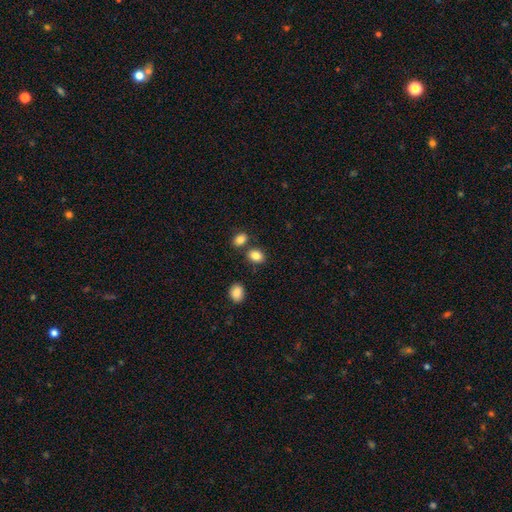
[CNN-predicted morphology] A smooth galaxy with no disk features (85%) that is in between round and cigar-shaped (62%). Merging: none (74%).